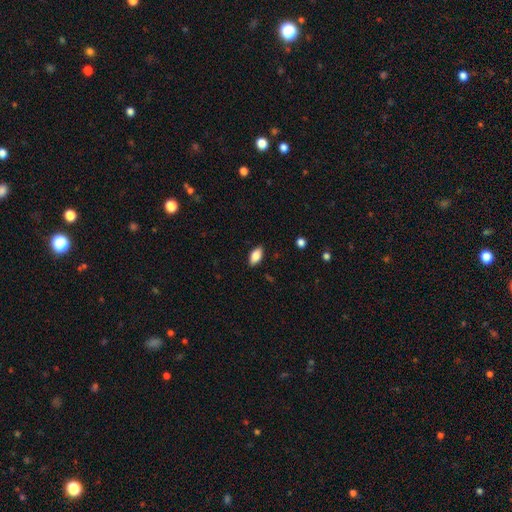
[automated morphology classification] A smooth galaxy with no disk features (83%) that is in between round and cigar-shaped (91%). Merging: none (86%).